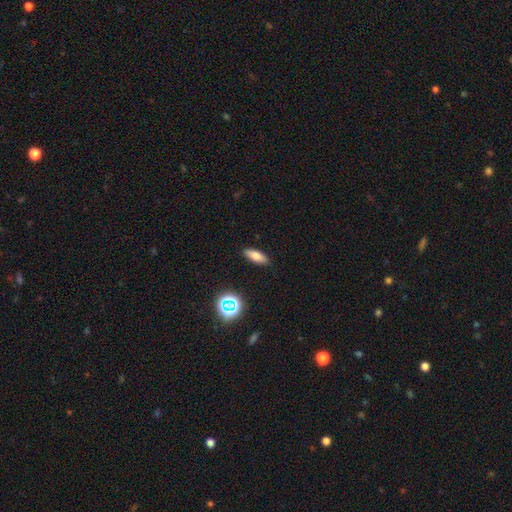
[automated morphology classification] A smooth galaxy with no disk features (72%) that is in between round and cigar-shaped (62%). Merging: none (88%).